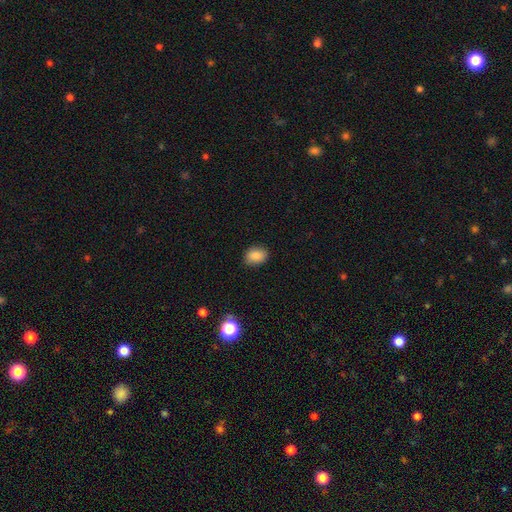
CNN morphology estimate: smooth 85%, star or artifact 10%, featured or disk 5%. Down the decision tree: how rounded — in between (64%); merging — none (87%).